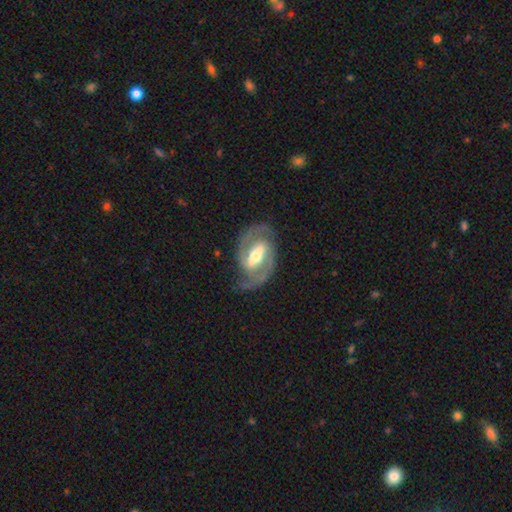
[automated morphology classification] smooth_or_featured: featured or disk (p=0.91) [alt: smooth p=0.06]
disk_edge_on: no (p=0.97) [alt: yes p=0.03]
bar: strong (p=0.58) [alt: weak p=0.32]
has_spiral_arms: yes (p=0.96) [alt: no p=0.04]
spiral_winding: medium (p=0.53) [alt: tight p=0.37]
spiral_arm_count: 2 (p=0.93) [alt: can't tell p=0.02]
bulge_size: moderate (p=0.66) [alt: small p=0.22]
merging: none (p=0.79) [alt: minor disturbance p=0.14]